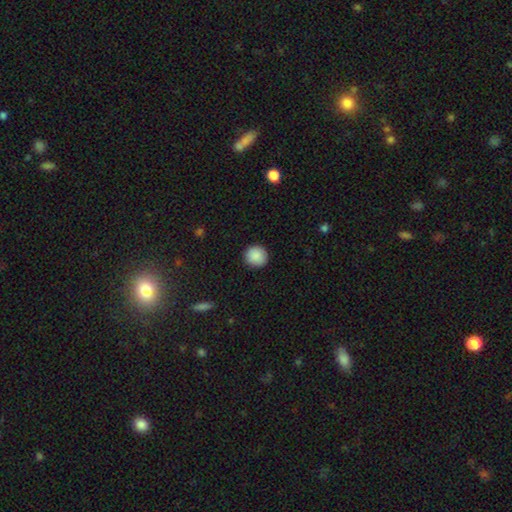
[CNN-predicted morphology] Smooth or featured? smooth (89%)
How rounded? round (91%)
Merging? none (91%)